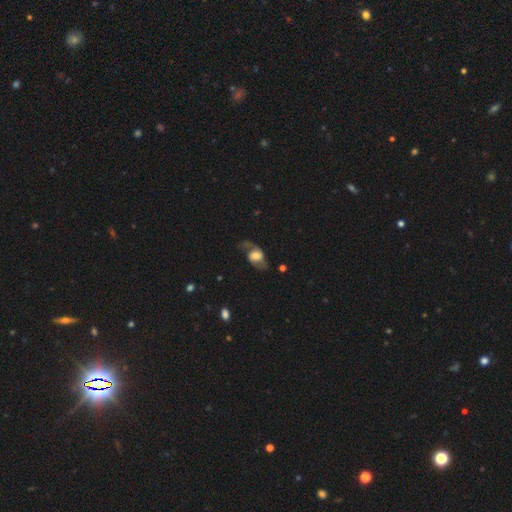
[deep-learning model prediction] Smooth or featured? featured or disk (65%)
Edge-on disk? no (94%)
Bar? no (53%)
Spiral arms? yes (83%)
Spiral winding? loose (60%)
Spiral arm count? 2 (79%)
Bulge size? moderate (48%)
Merging? none (53%)